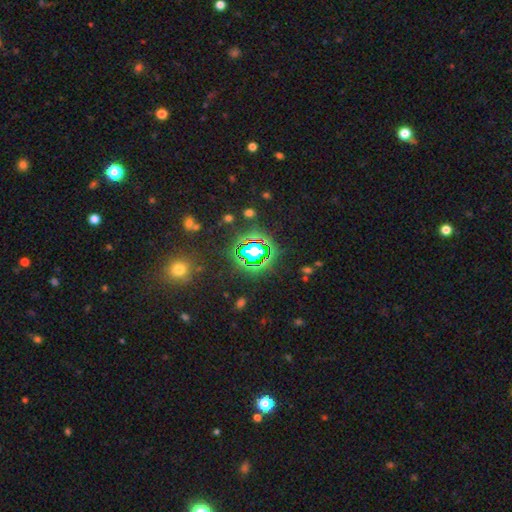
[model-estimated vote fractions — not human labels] This is likely a star or artifact rather than a galaxy (78%).